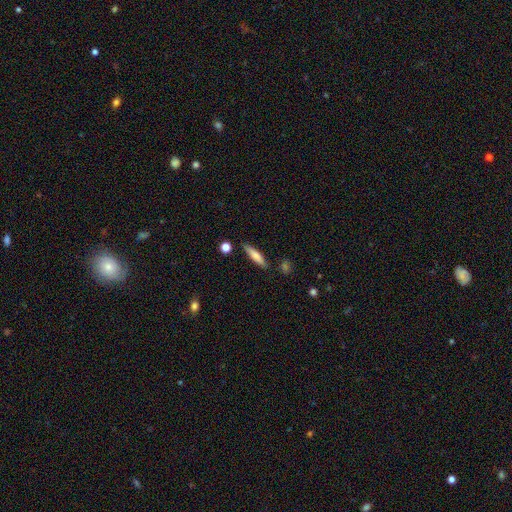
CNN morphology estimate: type=smooth (70%); roundness=cigar-shaped (81%); merging=none (83%).